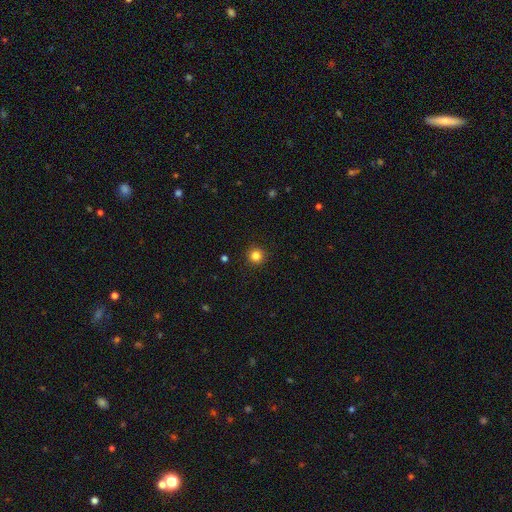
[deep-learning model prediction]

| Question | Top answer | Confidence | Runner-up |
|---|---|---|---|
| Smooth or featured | smooth | 83% | star or artifact (13%) |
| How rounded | round | 95% | in between (4%) |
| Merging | none | 92% | minor disturbance (5%) |